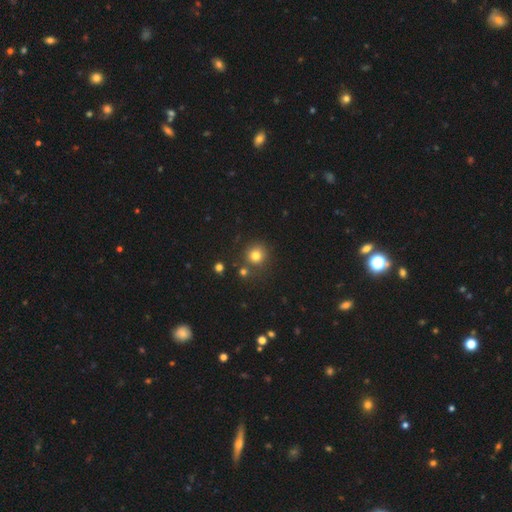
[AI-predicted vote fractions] This is likely a smooth galaxy (78%). How rounded: clearly round (92%). Merging: likely none (78%).